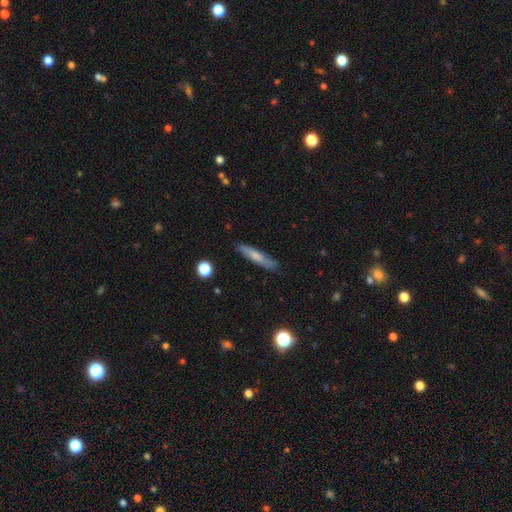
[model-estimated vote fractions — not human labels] A smooth galaxy with no disk features (64%) that is cigar-shaped (89%).

Vote fractions:
- Smooth or featured? smooth: 64% / featured or disk: 30% / star or artifact: 7%
- How rounded? cigar-shaped: 89% / in between: 10% / round: 2%
- Merging? none: 81% / minor disturbance: 15% / major disturbance: 3% / merger: 2%